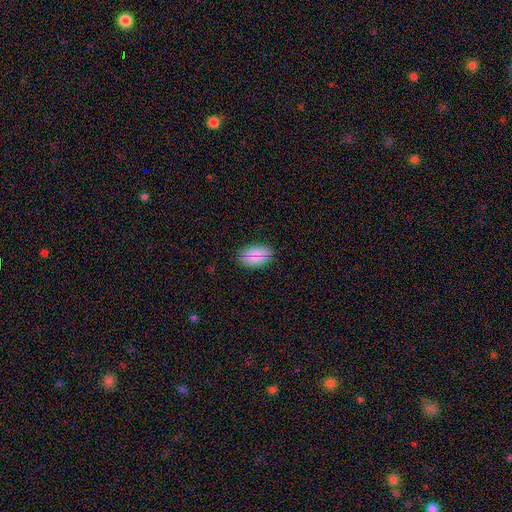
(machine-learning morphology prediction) type=smooth (80%); roundness=in between (93%); merging=none (85%).